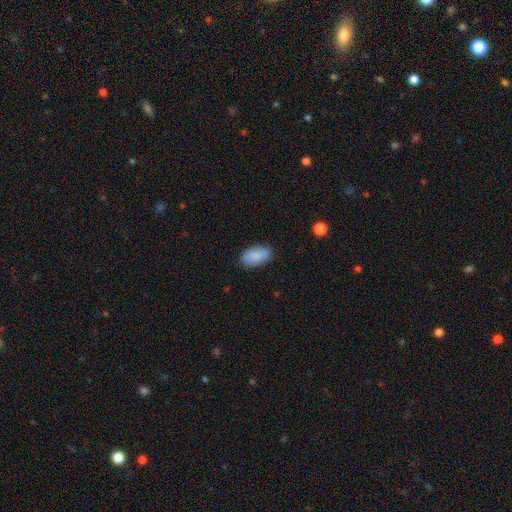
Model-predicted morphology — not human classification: A smooth galaxy with no disk features (89%) that is in between round and cigar-shaped (94%). Merging: none (85%).